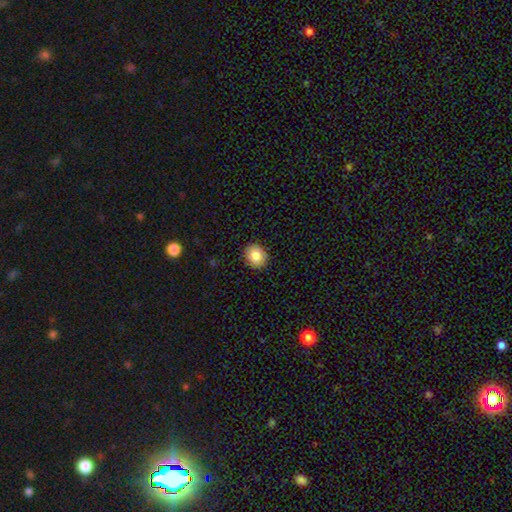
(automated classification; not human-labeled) Q: Smooth or featured?
A: smooth (84%); runner-up: star or artifact (8%)
Q: How rounded?
A: round (62%); runner-up: in between (37%)
Q: Merging?
A: none (89%); runner-up: minor disturbance (8%)